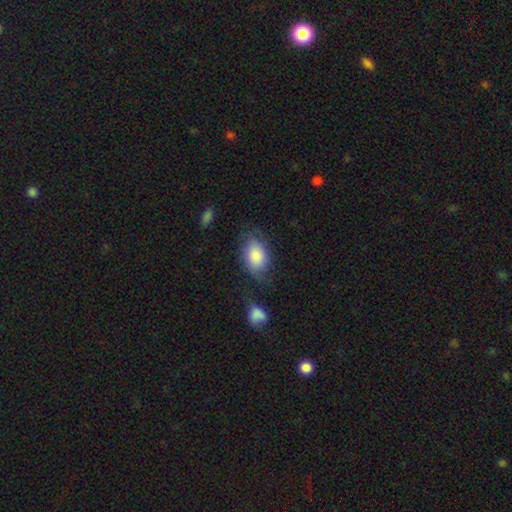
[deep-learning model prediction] A smooth galaxy with no disk features (79%) that is in between round and cigar-shaped (89%). Merging: none (61%).